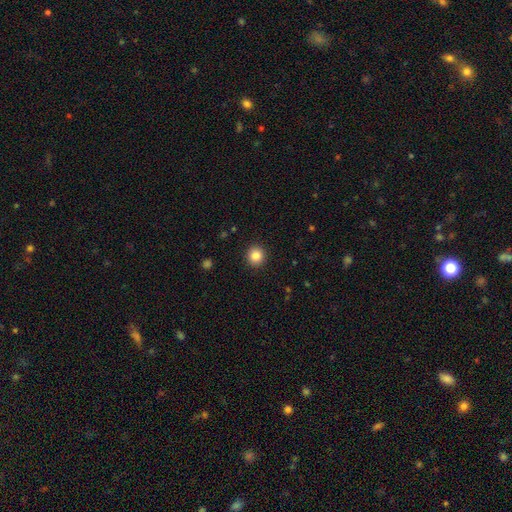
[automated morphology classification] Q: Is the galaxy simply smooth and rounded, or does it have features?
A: smooth — 85%.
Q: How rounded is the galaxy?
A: round — 92%.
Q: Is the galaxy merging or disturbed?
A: none — 92%.